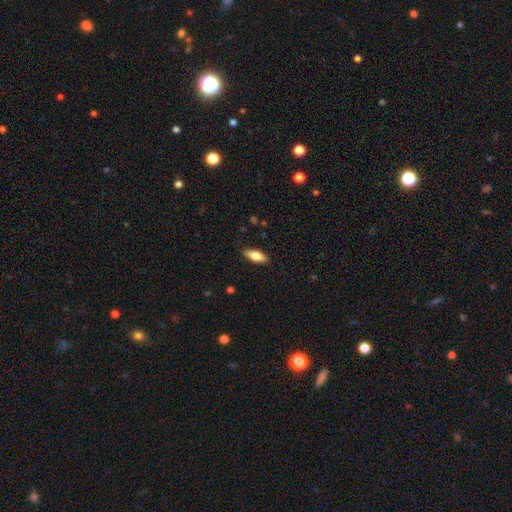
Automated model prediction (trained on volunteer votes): Smooth or featured? smooth (67%)
How rounded? in between (66%)
Merging? none (88%)